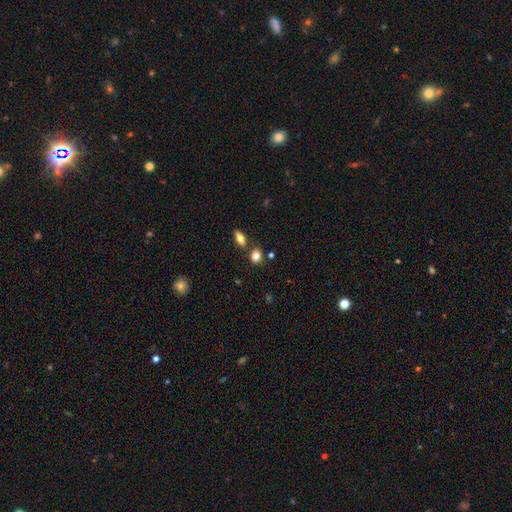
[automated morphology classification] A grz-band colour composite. It shows a smooth galaxy with no disk features (80%) that is round (62%). Merging: none (70%).